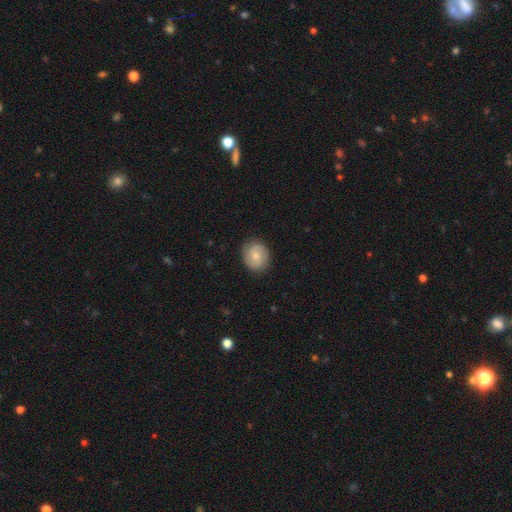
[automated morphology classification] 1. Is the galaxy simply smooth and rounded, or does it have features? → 58% smooth, 35% featured or disk, 7% star or artifact.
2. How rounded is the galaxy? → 66% round, 33% in between, 1% cigar-shaped.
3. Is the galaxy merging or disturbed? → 86% none, 11% minor disturbance, 3% major disturbance, 1% merger.